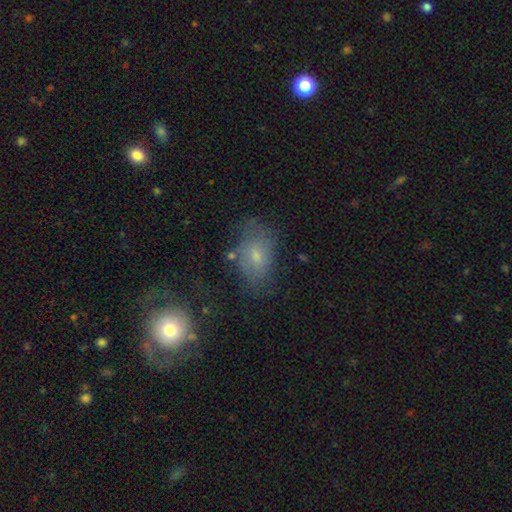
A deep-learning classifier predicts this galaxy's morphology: A smooth galaxy with no disk features (59%) that is in between round and cigar-shaped (78%).

Vote fractions:
- Smooth or featured? smooth: 59% / featured or disk: 28% / star or artifact: 13%
- How rounded? in between: 78% / round: 20% / cigar-shaped: 2%
- Merging? none: 54% / minor disturbance: 25% / major disturbance: 15% / merger: 6%